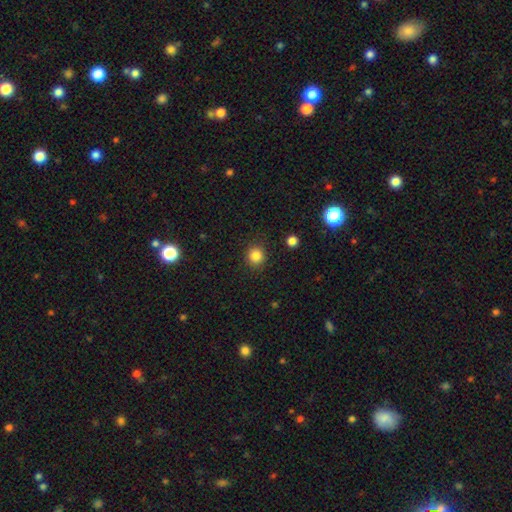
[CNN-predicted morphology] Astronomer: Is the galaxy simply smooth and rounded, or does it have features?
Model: smooth — 84%.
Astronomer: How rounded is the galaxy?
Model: round — 92%.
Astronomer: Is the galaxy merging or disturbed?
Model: none — 90%.